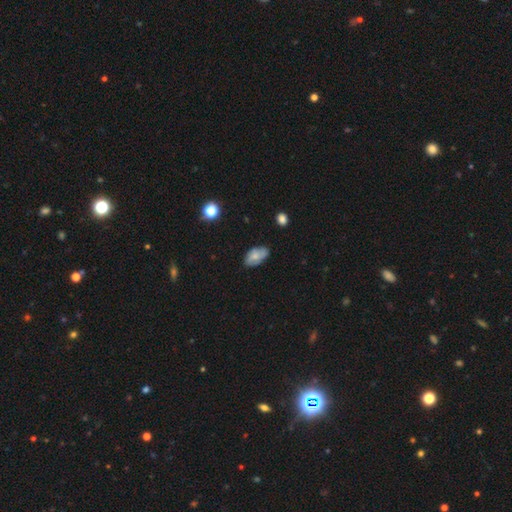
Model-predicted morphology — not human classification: The model was most divided on "smooth or featured": smooth: 62%, featured or disk: 30%, star or artifact: 8%. More confident: how rounded — in between (92%); merging — none (66%).